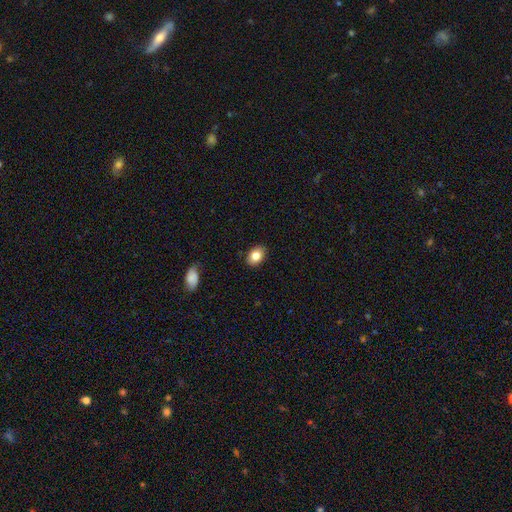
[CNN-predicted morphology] Smooth or featured: smooth — 82% (featured or disk — 9%)
How rounded: in between — 74% (round — 25%)
Merging: none — 88% (minor disturbance — 9%)